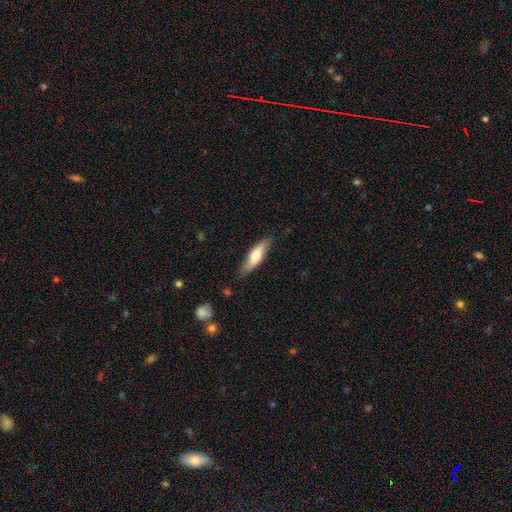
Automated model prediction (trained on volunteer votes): This is likely a smooth galaxy (62%). How rounded: possibly cigar-shaped (56%). Merging: clearly none (81%).